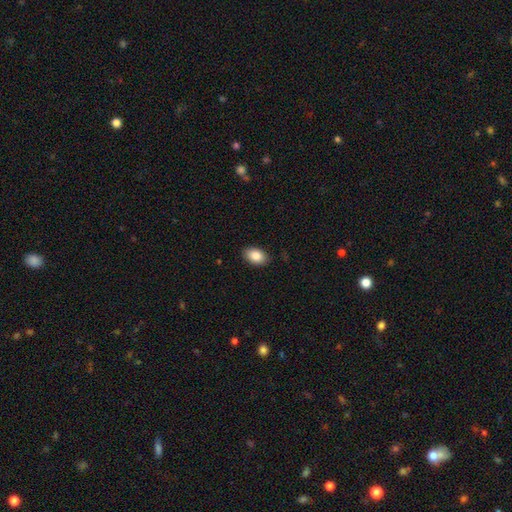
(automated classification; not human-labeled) Smooth or featured?
  - smooth: 87% *
  - star or artifact: 7%
  - featured or disk: 6%
How rounded?
  - in between: 89% *
  - round: 9%
  - cigar-shaped: 1%
Merging?
  - none: 87% *
  - minor disturbance: 10%
  - major disturbance: 2%
  - merger: 1%